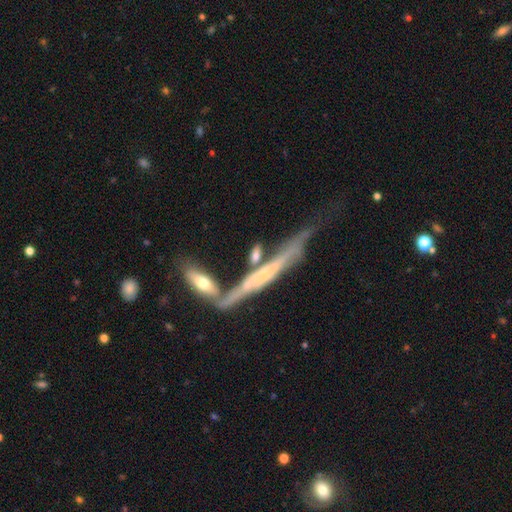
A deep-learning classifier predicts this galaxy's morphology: smooth_or_featured: smooth (p=0.48) [alt: featured or disk p=0.44]
merging: none (p=0.56) [alt: merger p=0.19]